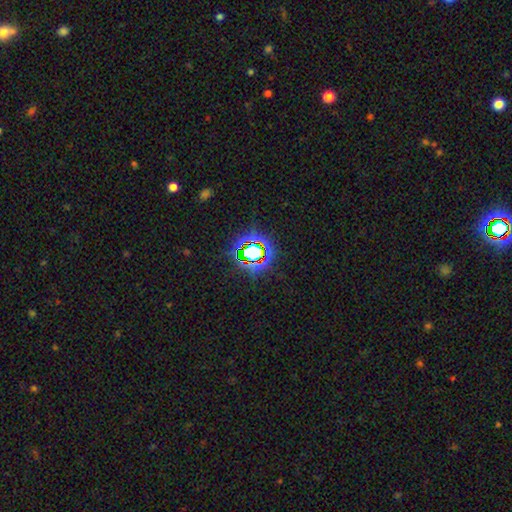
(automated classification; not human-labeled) Morphology: type=star or artifact (71%).